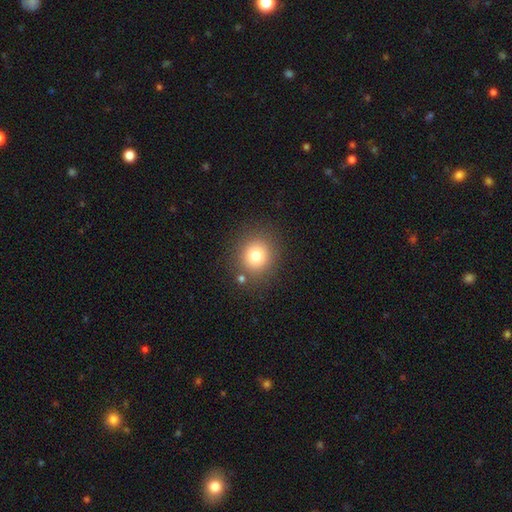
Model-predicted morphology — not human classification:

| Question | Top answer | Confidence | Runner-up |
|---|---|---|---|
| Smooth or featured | smooth | 79% | star or artifact (13%) |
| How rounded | round | 87% | in between (13%) |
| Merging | none | 84% | minor disturbance (8%) |